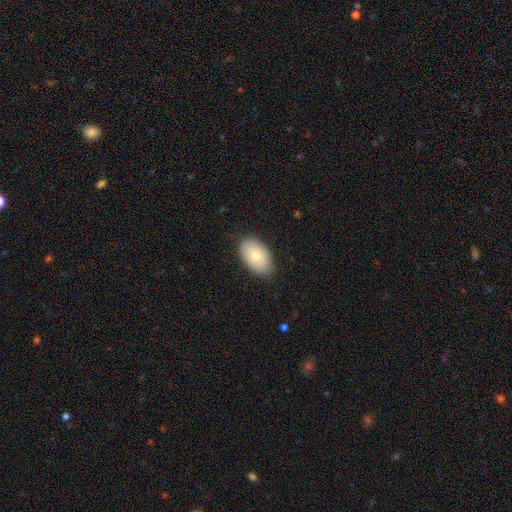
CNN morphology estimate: This appears to be a smooth galaxy with no disk features (75%) that is in between round and cigar-shaped (92%). Merging: none (83%).